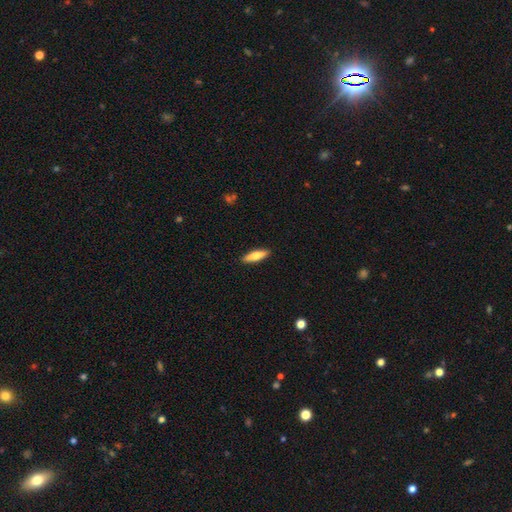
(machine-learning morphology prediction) This is likely a smooth galaxy (67%). How rounded: possibly cigar-shaped (59%). Merging: clearly none (90%).